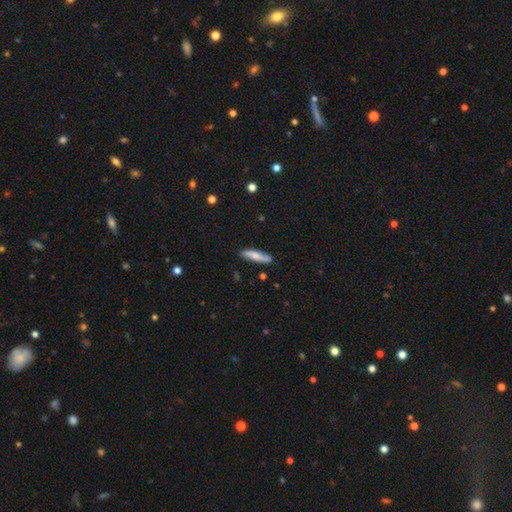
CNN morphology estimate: A smooth galaxy with no disk features (68%) that is cigar-shaped (82%). Merging: none (84%).